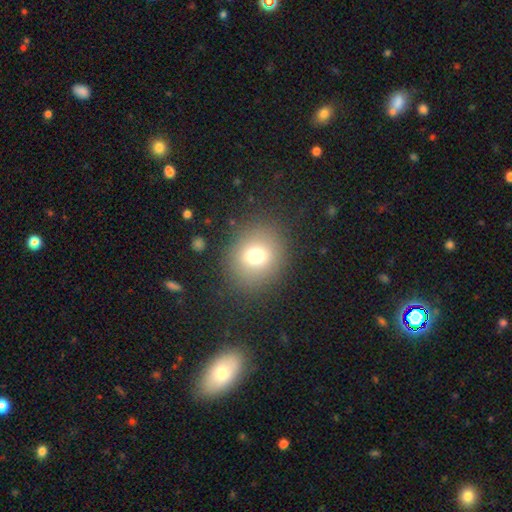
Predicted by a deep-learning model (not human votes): Smooth or featured? smooth (72%)
How rounded? round (68%)
Merging? none (83%)